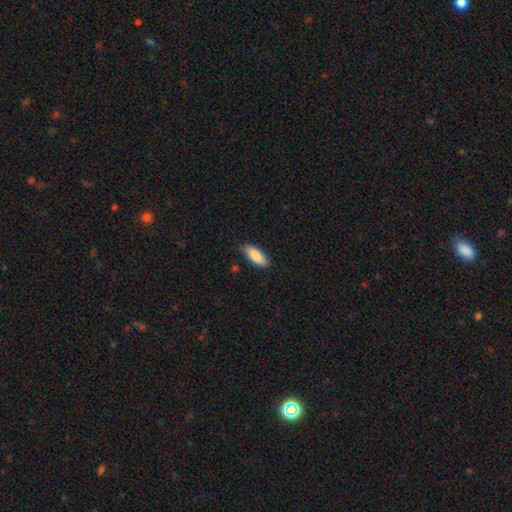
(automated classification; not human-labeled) A smooth galaxy with no disk features (85%) that is in between round and cigar-shaped (72%).

Vote fractions:
- Smooth or featured? smooth: 85% / featured or disk: 10% / star or artifact: 6%
- How rounded? in between: 72% / cigar-shaped: 27% / round: 2%
- Merging? none: 83% / minor disturbance: 13% / major disturbance: 2% / merger: 1%